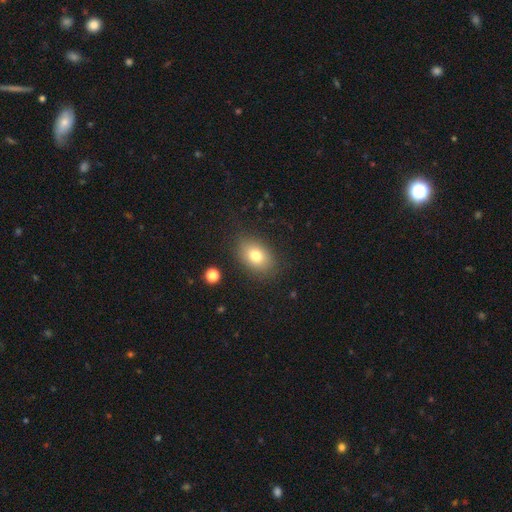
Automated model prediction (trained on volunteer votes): A smooth galaxy with no disk features (76%) that is in between round and cigar-shaped (75%). Merging: none (83%).